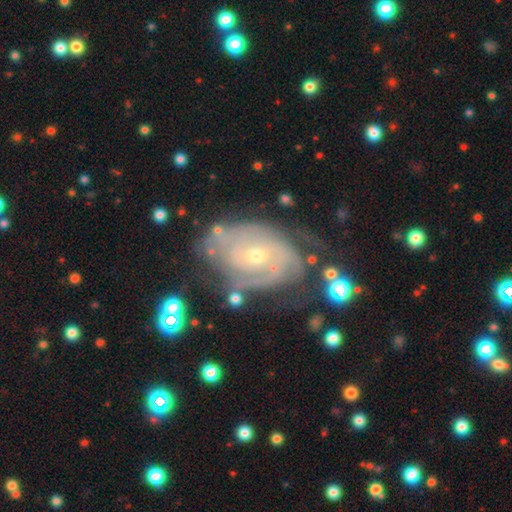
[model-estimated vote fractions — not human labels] smooth-or-featured: featured or disk: 84% | smooth: 9% | star or artifact: 7%
  disk-edge-on: no: 96% | yes: 4%
    bar: no: 69% | weak: 25% | strong: 6%
    has-spiral-arms: yes: 92% | no: 8%
      spiral-winding: tight: 69% | medium: 25% | loose: 6%
      spiral-arm-count: can't tell: 41% | 2: 26% | 3: 15% | 4: 8% | more than 4: 5% | 1: 5%
    bulge-size: small: 65% | moderate: 32% | large: 1% | none: 1% | dominant: 1%
  merging: none: 60% | minor disturbance: 24% | major disturbance: 13% | merger: 4%